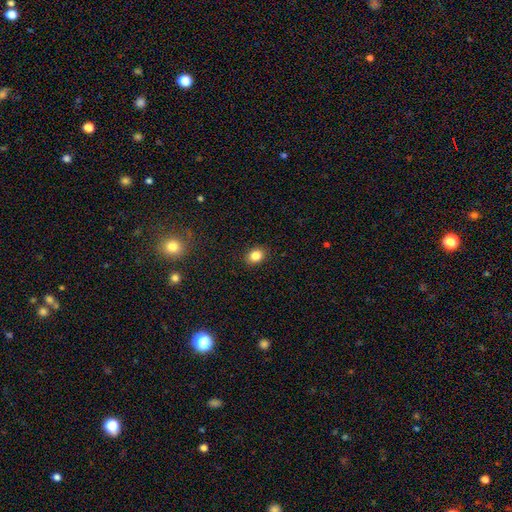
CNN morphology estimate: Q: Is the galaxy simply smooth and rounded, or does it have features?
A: smooth — 84%.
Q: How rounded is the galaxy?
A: in between — 56%.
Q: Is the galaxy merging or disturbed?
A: none — 90%.